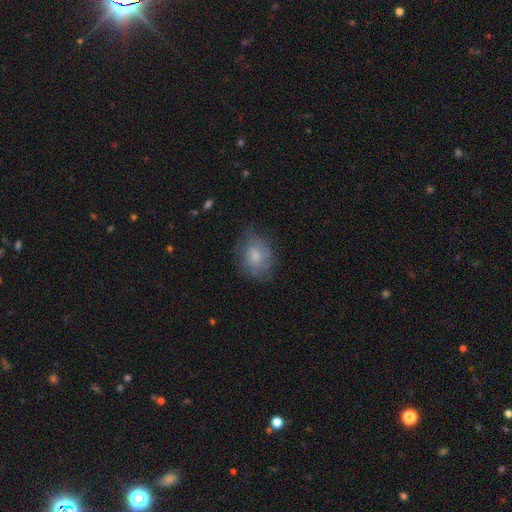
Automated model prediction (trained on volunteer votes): smooth_or_featured: smooth (p=0.64) [alt: featured or disk p=0.28]
how_rounded: in between (p=0.50) [alt: round p=0.48]
merging: none (p=0.65) [alt: minor disturbance p=0.24]